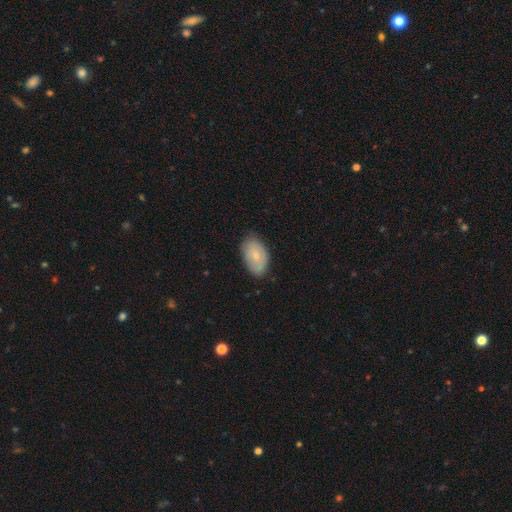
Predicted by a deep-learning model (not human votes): This appears to be a smooth galaxy with no disk features (70%) that is in between round and cigar-shaped (92%). Merging: none (77%).